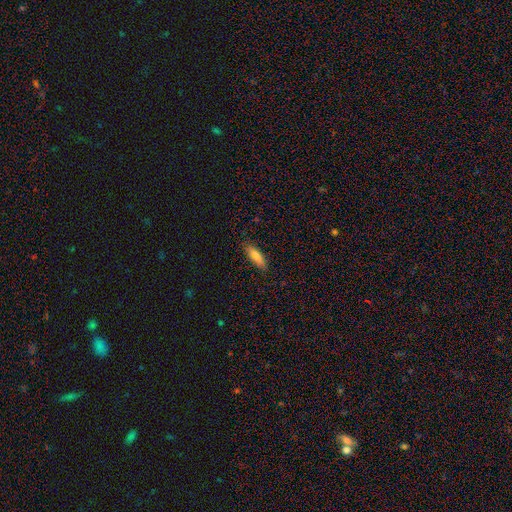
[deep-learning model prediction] smooth-or-featured: smooth: 76% | featured or disk: 17% | star or artifact: 7%
  how-rounded: cigar-shaped: 54% | in between: 44% | round: 2%
  merging: none: 86% | minor disturbance: 11% | major disturbance: 2% | merger: 1%